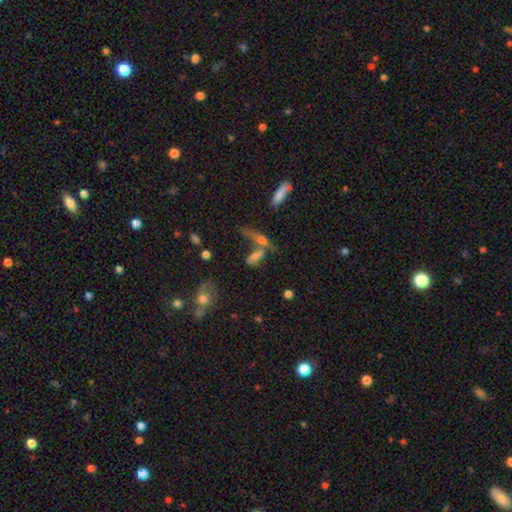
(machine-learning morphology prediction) Q: Smooth or featured?
A: smooth (54%); runner-up: featured or disk (28%)
Q: How rounded?
A: in between (48%); runner-up: cigar-shaped (44%)
Q: Merging?
A: merger (42%); runner-up: none (36%)